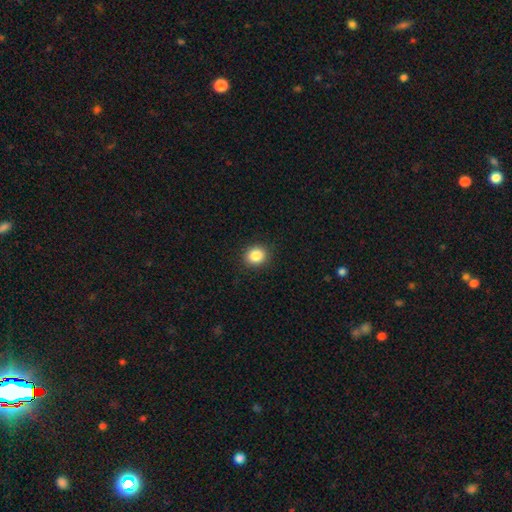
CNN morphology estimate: A smooth galaxy with no disk features (86%) that is round (73%).

Vote fractions:
- Smooth or featured? smooth: 86% / star or artifact: 10% / featured or disk: 4%
- How rounded? round: 73% / in between: 26% / cigar-shaped: 1%
- Merging? none: 90% / minor disturbance: 7% / major disturbance: 2% / merger: 1%